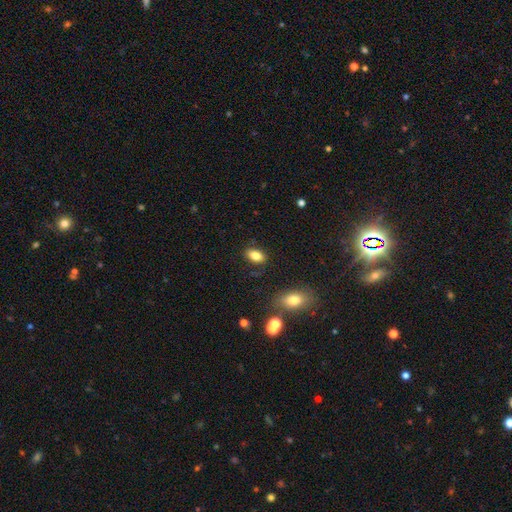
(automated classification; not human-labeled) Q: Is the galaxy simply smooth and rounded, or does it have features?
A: smooth — 82%.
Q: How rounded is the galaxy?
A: in between — 87%.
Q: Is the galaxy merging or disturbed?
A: none — 85%.